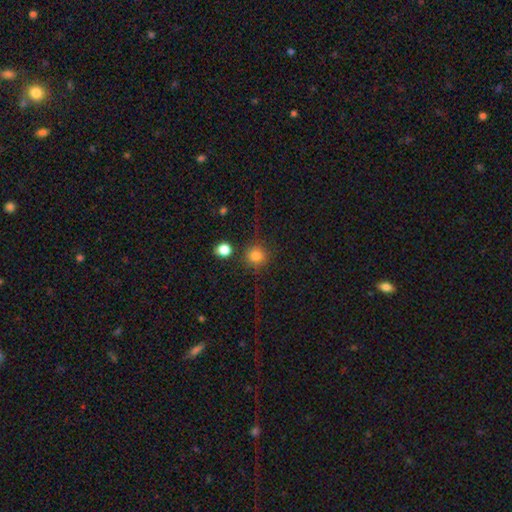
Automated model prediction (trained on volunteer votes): Smooth or featured: smooth — 81% (star or artifact — 13%)
How rounded: round — 93% (in between — 6%)
Merging: none — 80% (minor disturbance — 9%)